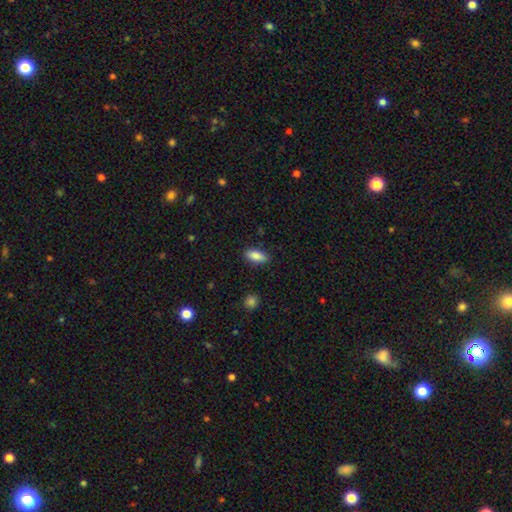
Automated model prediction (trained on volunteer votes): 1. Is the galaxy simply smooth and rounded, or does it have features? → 85% smooth, 7% featured or disk, 7% star or artifact.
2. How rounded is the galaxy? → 86% in between, 11% cigar-shaped, 3% round.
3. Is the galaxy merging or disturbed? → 86% none, 11% minor disturbance, 2% major disturbance, 1% merger.